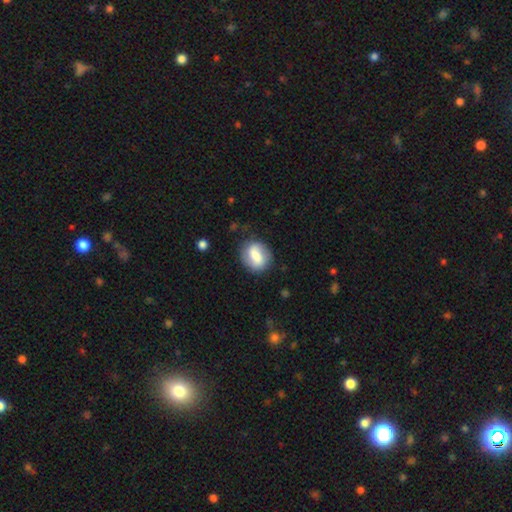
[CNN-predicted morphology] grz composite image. It shows a smooth galaxy with no disk features (59%) that is round (54%). Merging: none (78%).